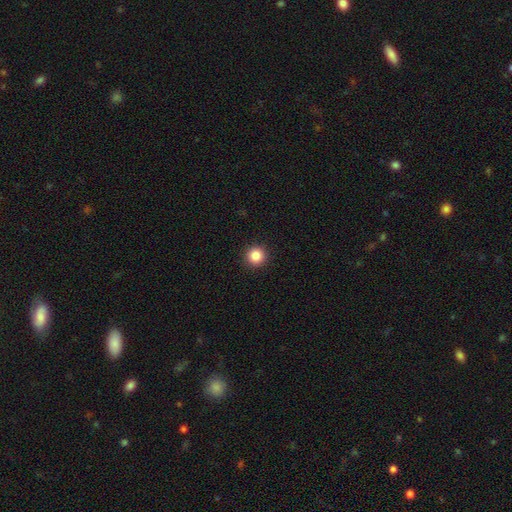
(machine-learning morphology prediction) smooth_or_featured: smooth (p=0.86) [alt: star or artifact p=0.10]
how_rounded: round (p=0.95) [alt: in between p=0.04]
merging: none (p=0.93) [alt: minor disturbance p=0.05]